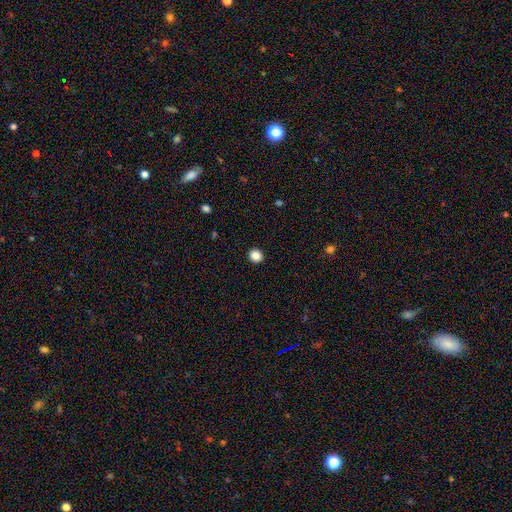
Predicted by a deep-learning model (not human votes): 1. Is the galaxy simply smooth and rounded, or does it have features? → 86% smooth, 10% star or artifact, 3% featured or disk.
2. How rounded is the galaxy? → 84% round, 15% in between, 1% cigar-shaped.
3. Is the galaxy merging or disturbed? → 93% none, 4% minor disturbance, 2% major disturbance, 1% merger.